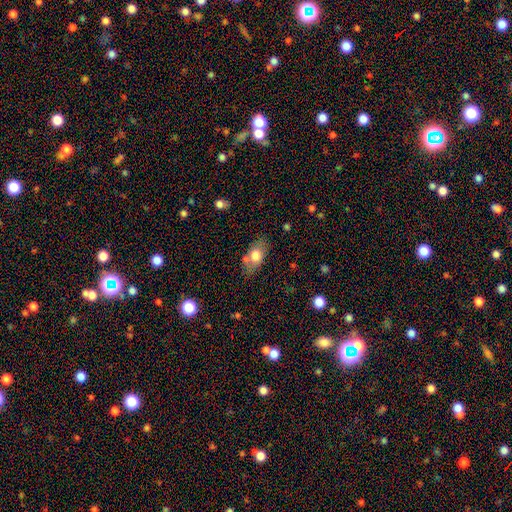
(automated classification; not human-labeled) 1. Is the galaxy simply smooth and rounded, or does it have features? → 72% smooth, 21% featured or disk, 7% star or artifact.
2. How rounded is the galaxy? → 89% in between, 8% round, 3% cigar-shaped.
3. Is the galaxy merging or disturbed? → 71% none, 18% minor disturbance, 7% merger, 5% major disturbance.